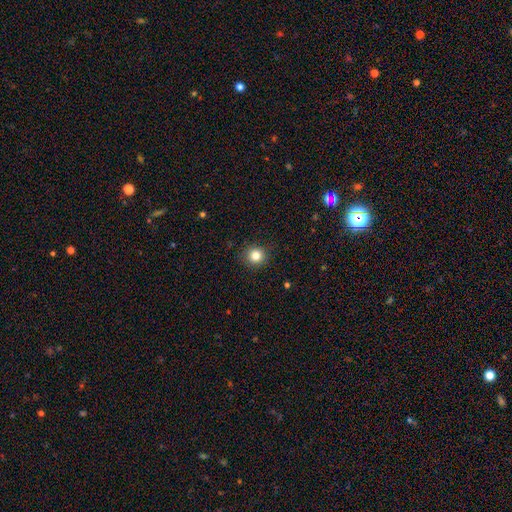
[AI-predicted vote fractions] smooth-or-featured: smooth: 83% | star or artifact: 11% | featured or disk: 5%
  how-rounded: round: 91% | in between: 8% | cigar-shaped: 1%
  merging: none: 91% | minor disturbance: 6% | major disturbance: 2% | merger: 1%